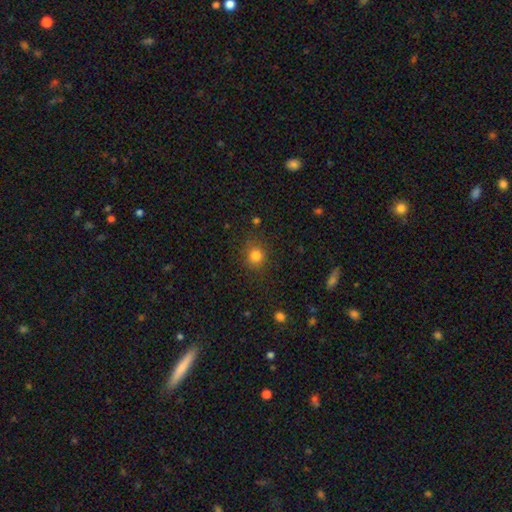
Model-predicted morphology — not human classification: Smooth or featured: smooth — 82% (star or artifact — 13%)
How rounded: round — 85% (in between — 14%)
Merging: none — 84% (minor disturbance — 10%)